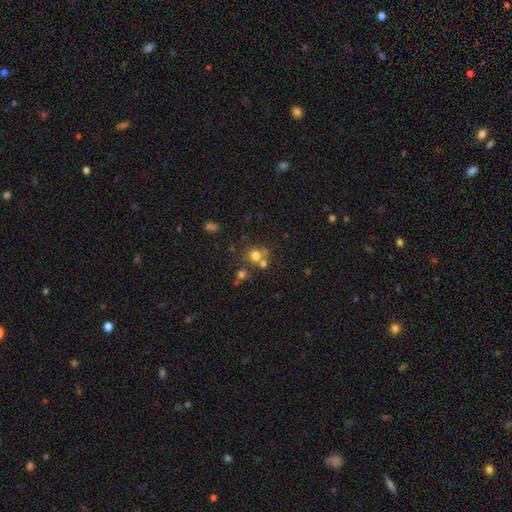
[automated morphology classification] type=smooth (69%); roundness=round (84%); merging=none (54%).